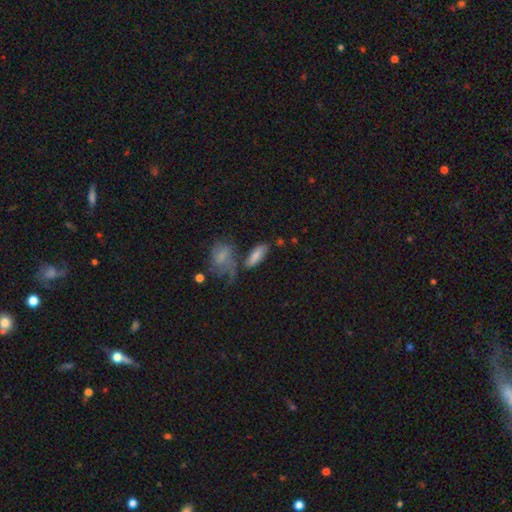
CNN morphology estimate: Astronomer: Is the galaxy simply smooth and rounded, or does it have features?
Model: smooth — 66%.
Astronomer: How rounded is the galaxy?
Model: in between — 63%.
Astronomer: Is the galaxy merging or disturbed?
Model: none — 51%.